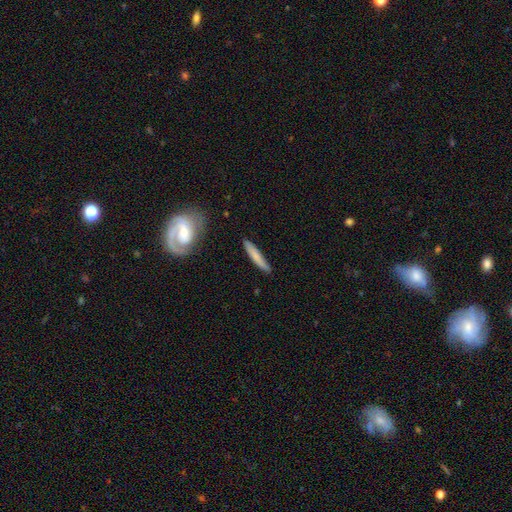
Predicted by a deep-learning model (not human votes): smooth 68%, featured or disk 26%, star or artifact 6%. Down the decision tree: how rounded — cigar-shaped (91%); merging — none (85%).